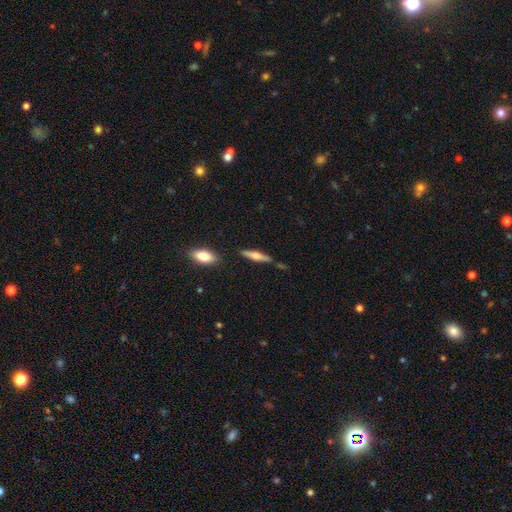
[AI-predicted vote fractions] smooth-or-featured: smooth: 50% | featured or disk: 43% | star or artifact: 7%
  how-rounded: cigar-shaped: 79% | in between: 19% | round: 2%
  merging: none: 73% | minor disturbance: 16% | merger: 7% | major disturbance: 4%